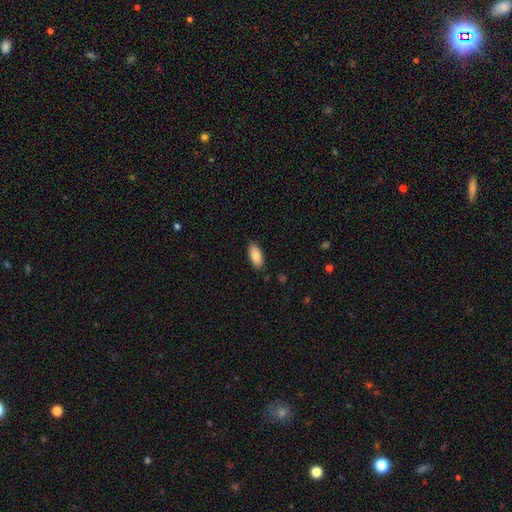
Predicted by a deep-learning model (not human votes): This appears to be a smooth galaxy with no disk features (85%) that is in between round and cigar-shaped (88%). Merging: none (87%).